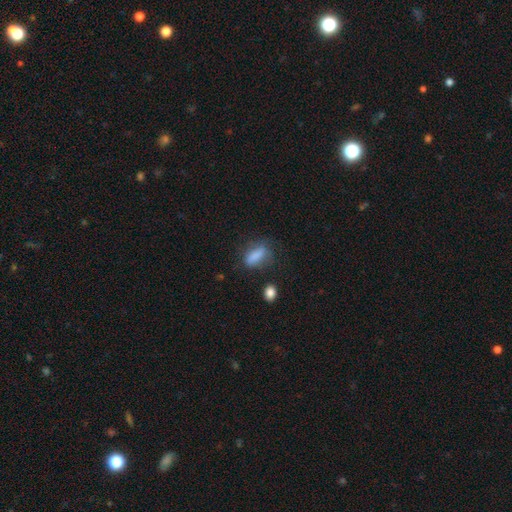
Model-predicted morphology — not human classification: smooth-or-featured: smooth: 78% | featured or disk: 12% | star or artifact: 9%
  how-rounded: in between: 65% | cigar-shaped: 29% | round: 6%
  merging: none: 58% | minor disturbance: 25% | major disturbance: 13% | merger: 4%